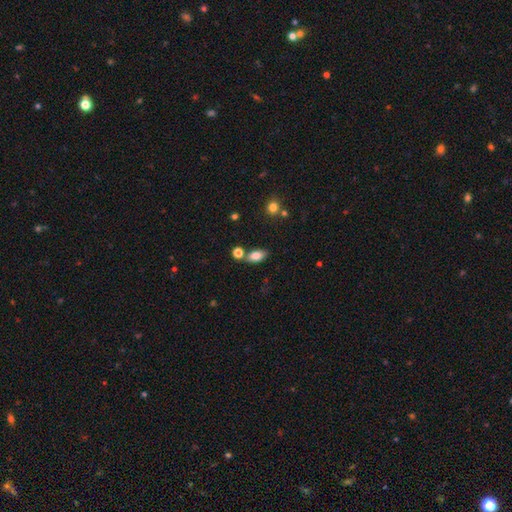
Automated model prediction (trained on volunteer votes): smooth 80%, featured or disk 11%, star or artifact 9%. Down the decision tree: how rounded — in between (88%); merging — none (69%).